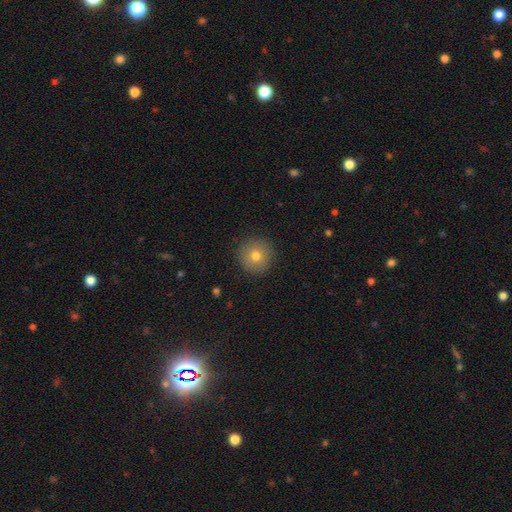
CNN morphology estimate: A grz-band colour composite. It shows a smooth galaxy with no disk features (76%) that is round (95%). Merging: none (90%).